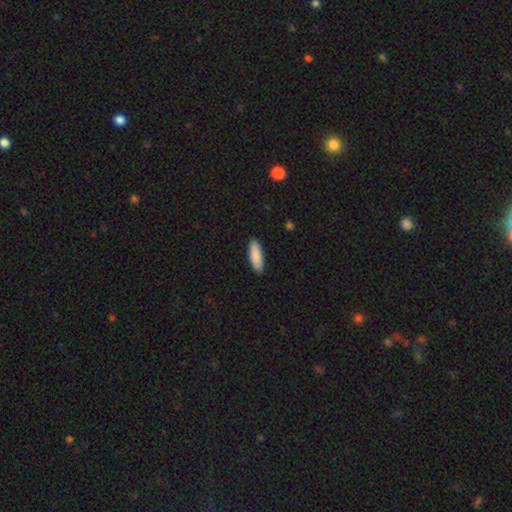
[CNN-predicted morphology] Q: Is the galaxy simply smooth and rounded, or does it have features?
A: smooth — 89%.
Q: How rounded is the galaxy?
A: in between — 56%.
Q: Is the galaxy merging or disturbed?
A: none — 90%.